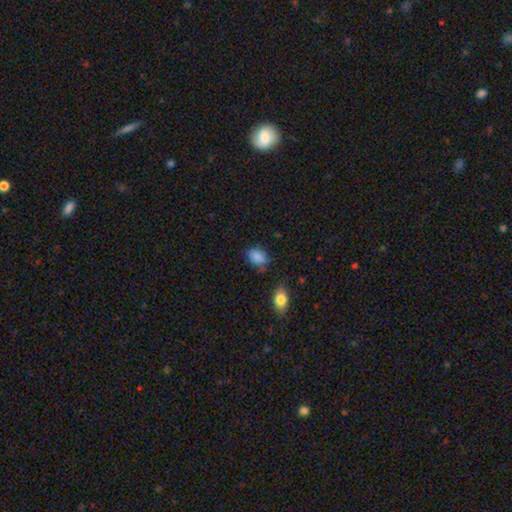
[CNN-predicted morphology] This appears to be a smooth galaxy with no disk features (86%) that is in between round and cigar-shaped (80%). Merging: none (66%).